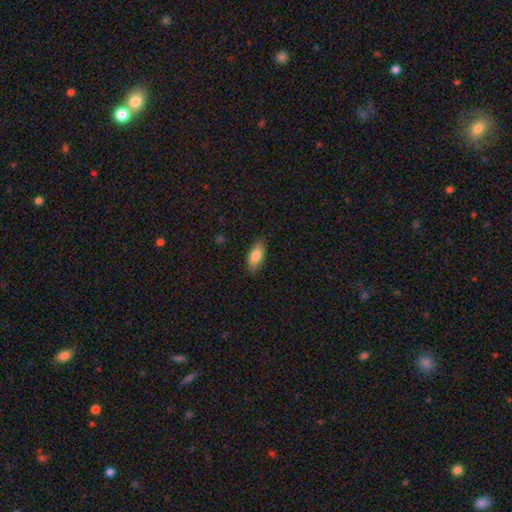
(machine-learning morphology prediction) A smooth galaxy with no disk features (83%) that is in between round and cigar-shaped (86%). Merging: none (84%).